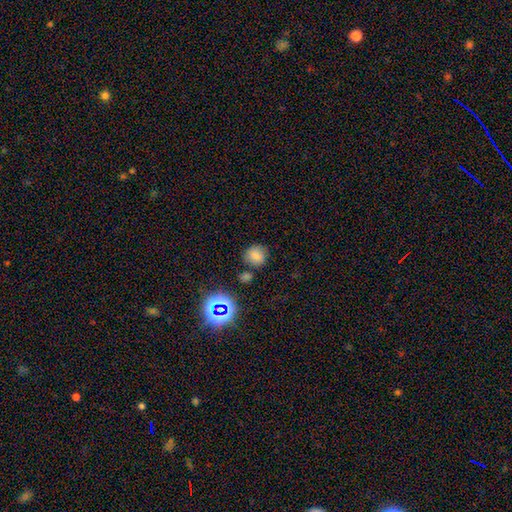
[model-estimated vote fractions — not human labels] A smooth galaxy with no disk features (74%) that is round (85%).

Vote fractions:
- Smooth or featured? smooth: 74% / star or artifact: 18% / featured or disk: 8%
- How rounded? round: 85% / in between: 14% / cigar-shaped: 1%
- Merging? none: 74% / minor disturbance: 12% / merger: 10% / major disturbance: 4%